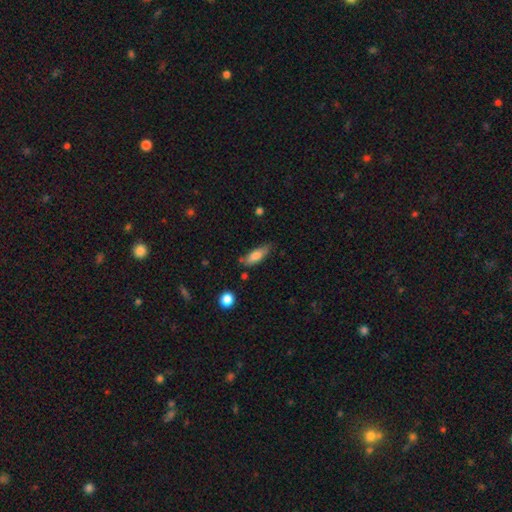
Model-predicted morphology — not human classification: This appears to be a smooth galaxy with no disk features (74%) that is in between round and cigar-shaped (62%). Merging: none (68%).